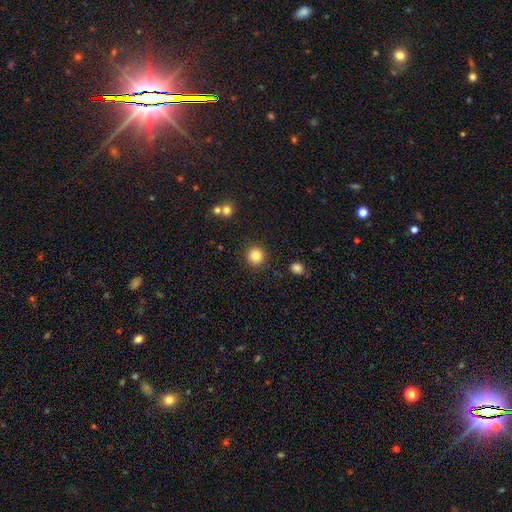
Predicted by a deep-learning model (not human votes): Smooth or featured: smooth — 84% (star or artifact — 11%)
How rounded: round — 93% (in between — 6%)
Merging: none — 90% (minor disturbance — 6%)